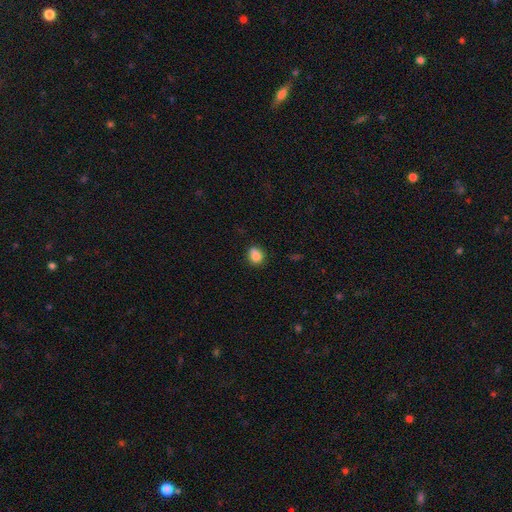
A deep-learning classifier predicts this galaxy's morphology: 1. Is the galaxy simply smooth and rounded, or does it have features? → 84% smooth, 10% star or artifact, 7% featured or disk.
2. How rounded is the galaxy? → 67% round, 32% in between, 1% cigar-shaped.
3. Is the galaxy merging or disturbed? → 64% none, 22% minor disturbance, 9% merger, 5% major disturbance.